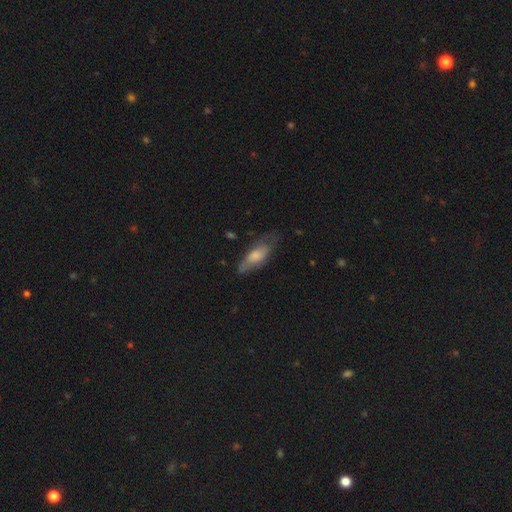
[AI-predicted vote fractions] Smooth or featured: smooth — 62% (featured or disk — 31%)
How rounded: in between — 72% (cigar-shaped — 26%)
Merging: none — 56% (minor disturbance — 30%)